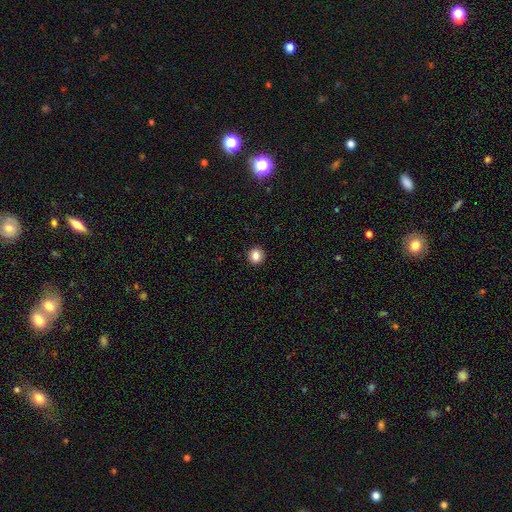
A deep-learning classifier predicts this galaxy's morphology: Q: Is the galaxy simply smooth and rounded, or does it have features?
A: smooth — 84%.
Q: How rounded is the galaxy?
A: round — 92%.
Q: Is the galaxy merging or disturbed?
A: none — 93%.